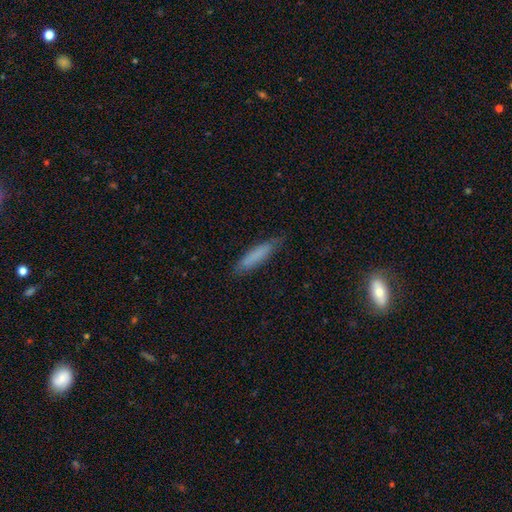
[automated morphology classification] Q: Smooth or featured?
A: smooth (78%); runner-up: featured or disk (15%)
Q: How rounded?
A: cigar-shaped (85%); runner-up: in between (14%)
Q: Merging?
A: none (81%); runner-up: minor disturbance (15%)